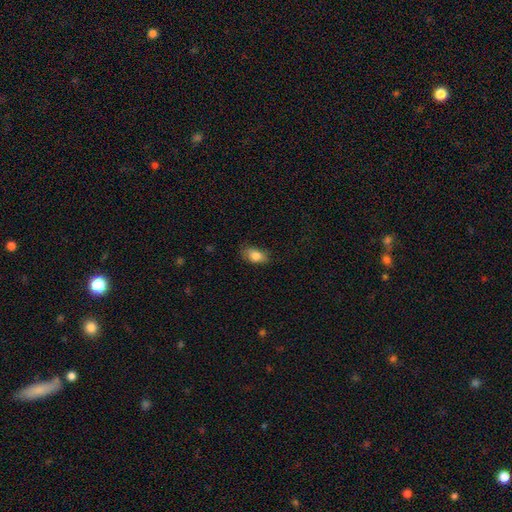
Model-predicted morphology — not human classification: Smooth or featured? smooth (85%)
How rounded? in between (87%)
Merging? none (73%)